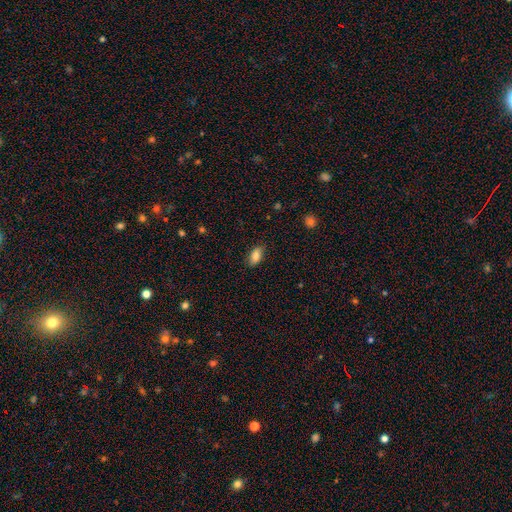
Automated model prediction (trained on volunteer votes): smooth 82%, featured or disk 11%, star or artifact 7%. Down the decision tree: how rounded — in between (90%); merging — none (85%).